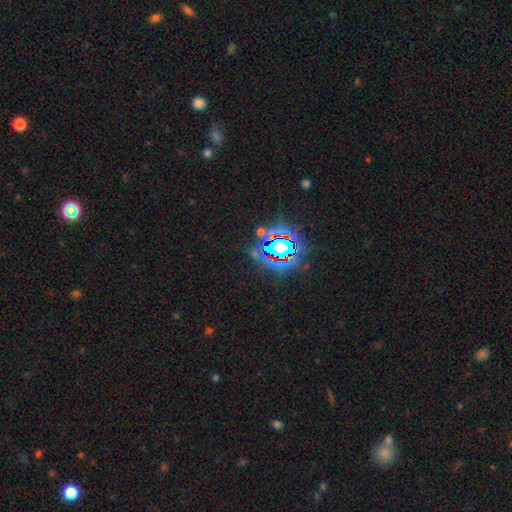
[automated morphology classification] Smooth or featured? Predicted: star or artifact (p=0.81).